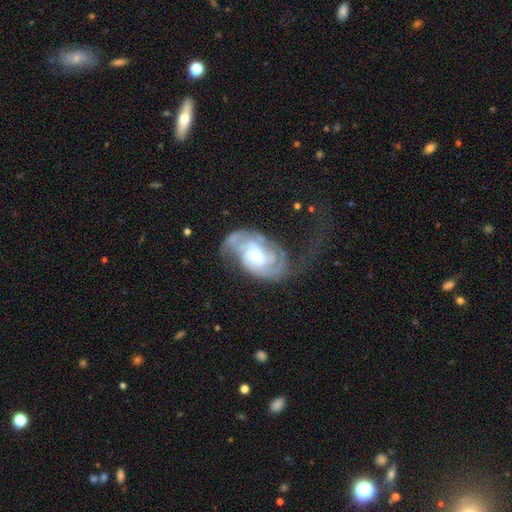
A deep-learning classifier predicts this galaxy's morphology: The model was most divided on "bar": no: 45%, weak: 43%, strong: 12%. Remaining: edge-on disk — no (96%); spiral arms — yes (93%); smooth or featured — featured or disk (83%); bulge size — moderate (61%); spiral winding — tight (47%); spiral arm count — 2 (45%); merging — none (41%).